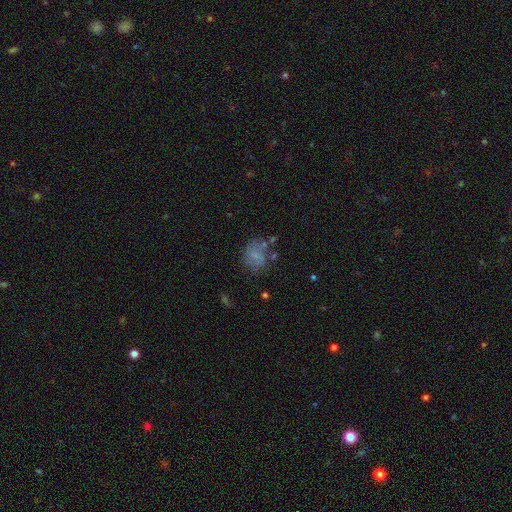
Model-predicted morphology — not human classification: Q: Smooth or featured?
A: smooth (65%); runner-up: featured or disk (22%)
Q: How rounded?
A: round (53%); runner-up: in between (46%)
Q: Merging?
A: none (53%); runner-up: minor disturbance (23%)